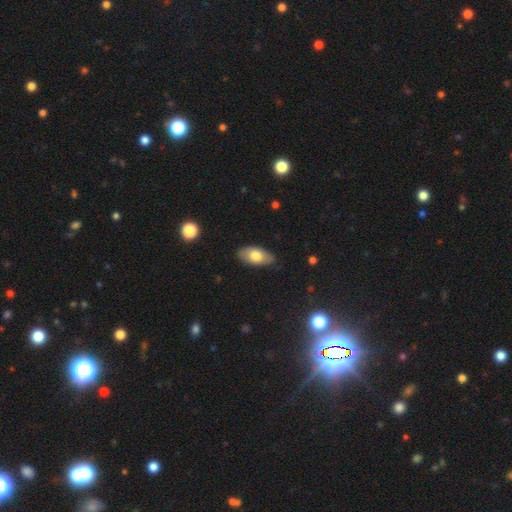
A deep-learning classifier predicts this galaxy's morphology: Overall: smooth (73%). How rounded: in between (92%). Merging: none (84%).